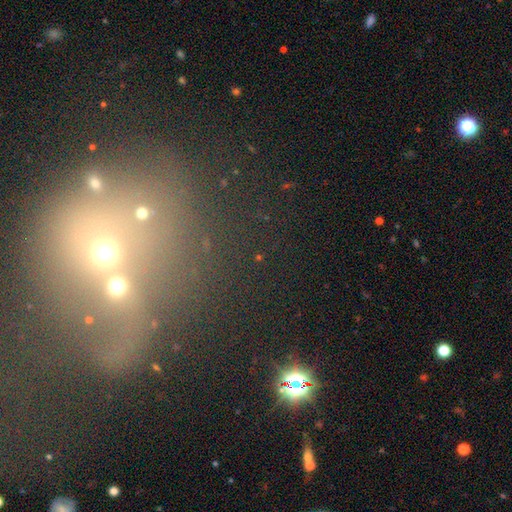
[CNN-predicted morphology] This is possibly a star or artifact rather than a galaxy (45%).